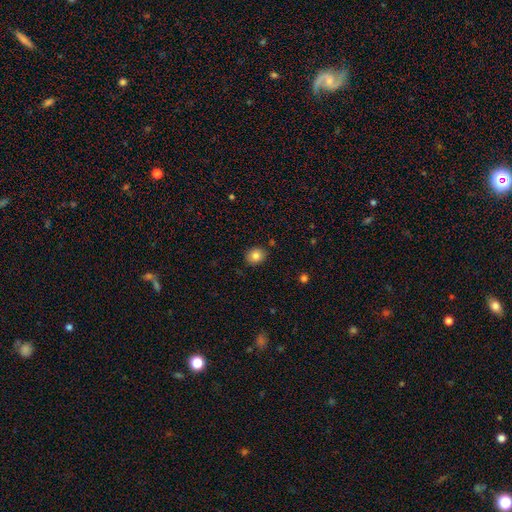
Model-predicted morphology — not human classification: This appears to be a smooth galaxy with no disk features (83%) that is round (64%). Merging: none (86%).